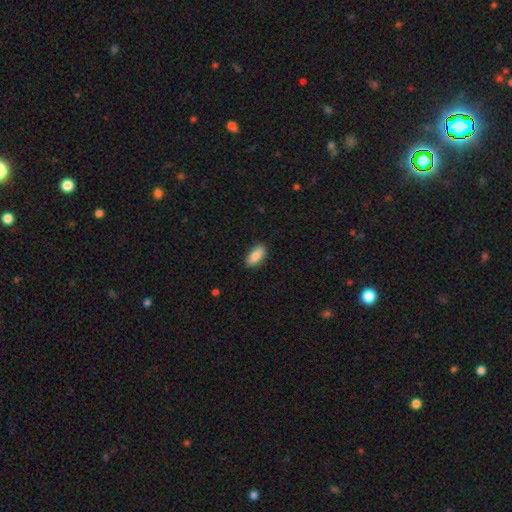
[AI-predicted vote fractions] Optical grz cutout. It shows a smooth galaxy with no disk features (88%) that is in between round and cigar-shaped (88%). Merging: none (86%).